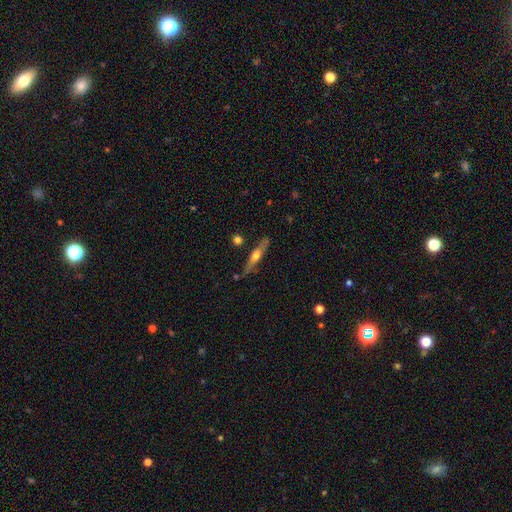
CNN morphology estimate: Smooth or featured: featured or disk — 57% (smooth — 37%)
Edge-on disk: yes — 91% (no — 9%)
Edge-on bulge: rounded — 89% (none — 8%)
Merging: none — 79% (minor disturbance — 14%)